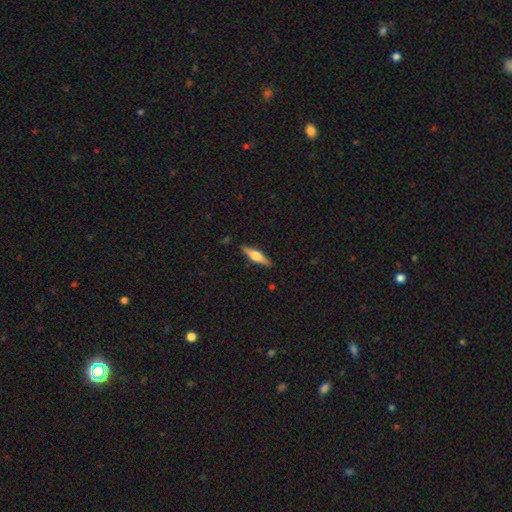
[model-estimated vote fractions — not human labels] Morphology: type=featured or disk (59%); edge-on=yes (96%); edge-on bulge=rounded (89%); merging=none (89%).